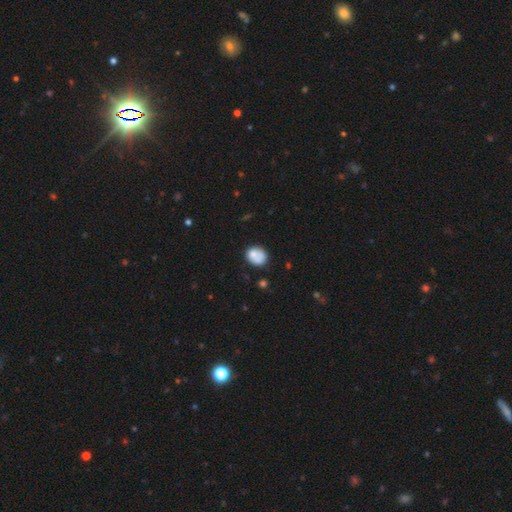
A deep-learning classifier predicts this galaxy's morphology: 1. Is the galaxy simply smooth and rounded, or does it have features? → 74% smooth, 18% featured or disk, 8% star or artifact.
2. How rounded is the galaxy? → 52% round, 47% in between, 1% cigar-shaped.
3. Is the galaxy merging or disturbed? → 53% none, 22% minor disturbance, 17% merger, 8% major disturbance.